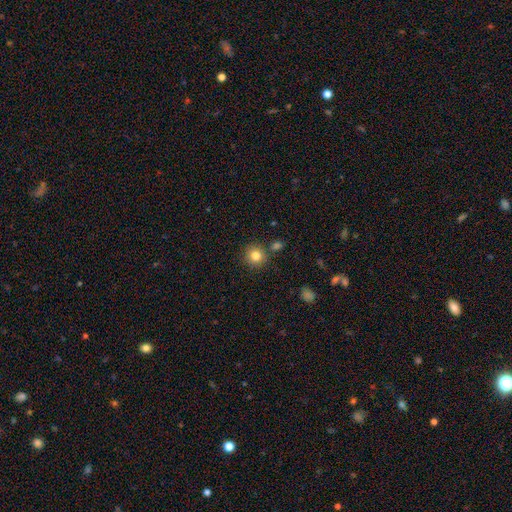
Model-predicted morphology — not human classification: Smooth or featured?
  - smooth: 82% *
  - star or artifact: 11%
  - featured or disk: 7%
How rounded?
  - round: 93% *
  - in between: 6%
  - cigar-shaped: 1%
Merging?
  - none: 83% *
  - minor disturbance: 8%
  - merger: 7%
  - major disturbance: 2%